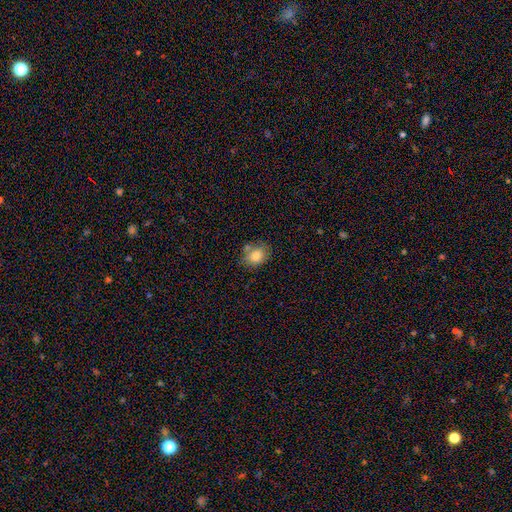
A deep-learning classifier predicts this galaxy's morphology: smooth_or_featured: smooth (p=0.82) [alt: featured or disk p=0.09]
how_rounded: in between (p=0.54) [alt: round p=0.45]
merging: none (p=0.64) [alt: minor disturbance p=0.19]